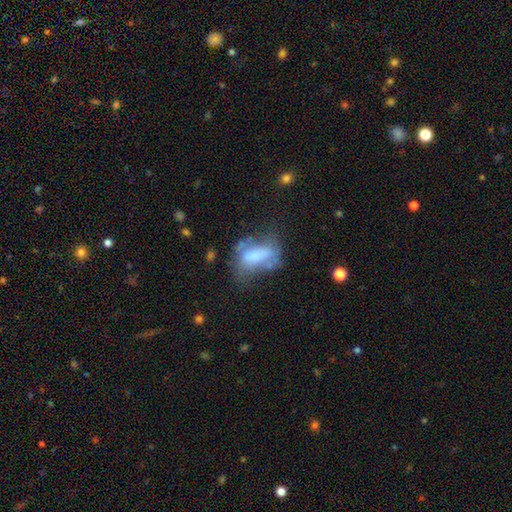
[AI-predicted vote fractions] Q: Smooth or featured?
A: smooth (49%); runner-up: featured or disk (41%)
Q: Merging?
A: major disturbance (36%); runner-up: none (29%)